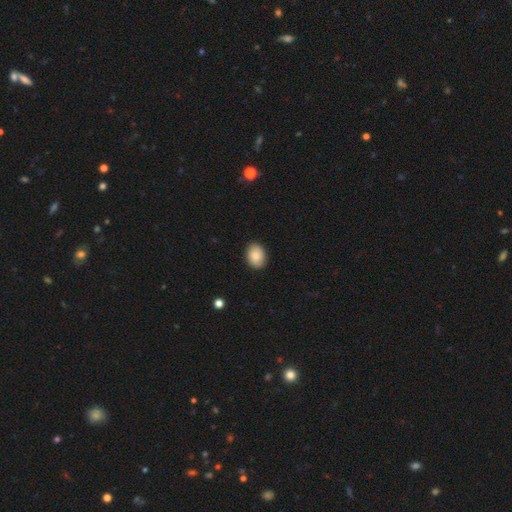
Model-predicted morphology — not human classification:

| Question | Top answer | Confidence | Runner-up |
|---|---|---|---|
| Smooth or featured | smooth | 87% | star or artifact (7%) |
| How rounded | in between | 70% | round (29%) |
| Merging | none | 88% | minor disturbance (9%) |